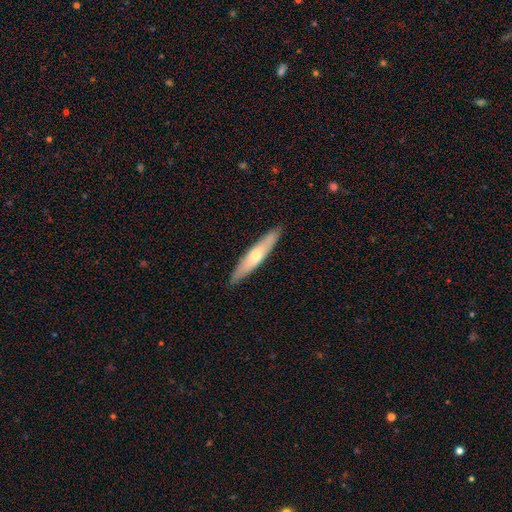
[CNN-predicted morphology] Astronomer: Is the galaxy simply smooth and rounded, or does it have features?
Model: smooth — 52% (runner-up: featured or disk, 43%).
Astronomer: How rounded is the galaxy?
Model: cigar-shaped — 87%.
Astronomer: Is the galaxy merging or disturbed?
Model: none — 90%.